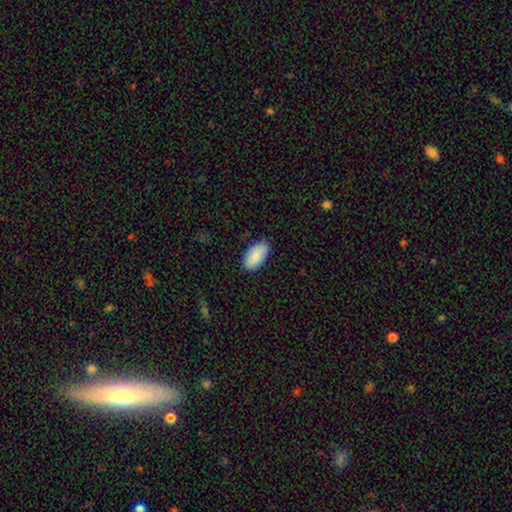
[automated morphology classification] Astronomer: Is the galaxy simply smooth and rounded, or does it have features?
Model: smooth — 84%.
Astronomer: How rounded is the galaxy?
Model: in between — 95%.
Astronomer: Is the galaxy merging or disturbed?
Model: none — 80%.